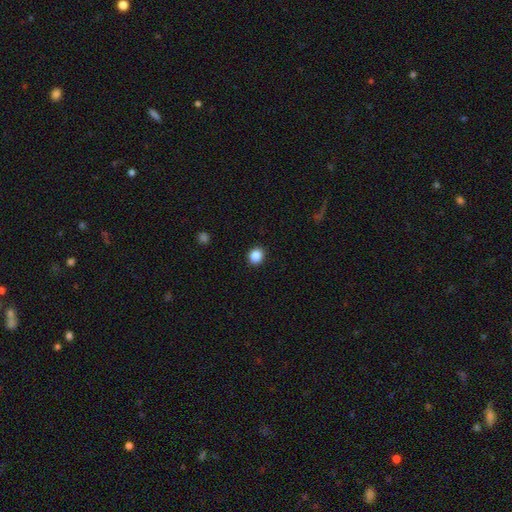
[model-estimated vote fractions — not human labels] A smooth galaxy with no disk features (87%) that is round (77%). Merging: none (92%).